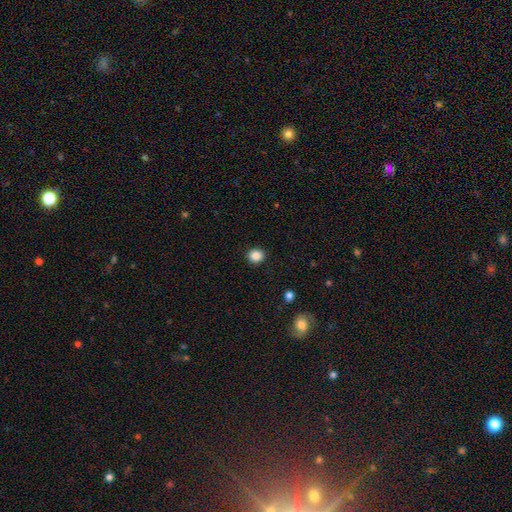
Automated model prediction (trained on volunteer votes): smooth_or_featured: smooth (p=0.87) [alt: star or artifact p=0.10]
how_rounded: round (p=0.82) [alt: in between p=0.17]
merging: none (p=0.91) [alt: minor disturbance p=0.06]